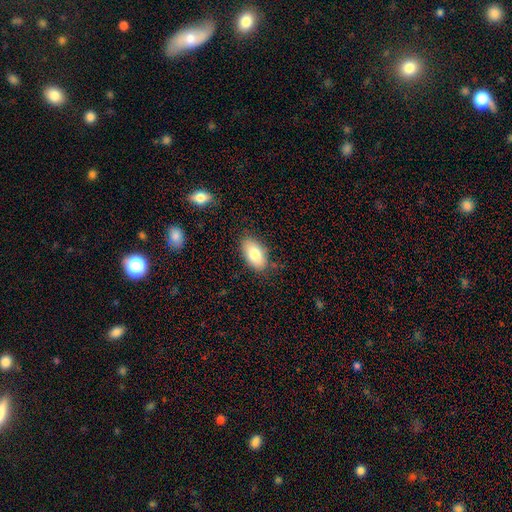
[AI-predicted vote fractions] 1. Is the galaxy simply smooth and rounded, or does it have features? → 81% smooth, 12% featured or disk, 7% star or artifact.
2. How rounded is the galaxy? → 93% in between, 4% round, 2% cigar-shaped.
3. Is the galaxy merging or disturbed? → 81% none, 14% minor disturbance, 3% major disturbance, 2% merger.